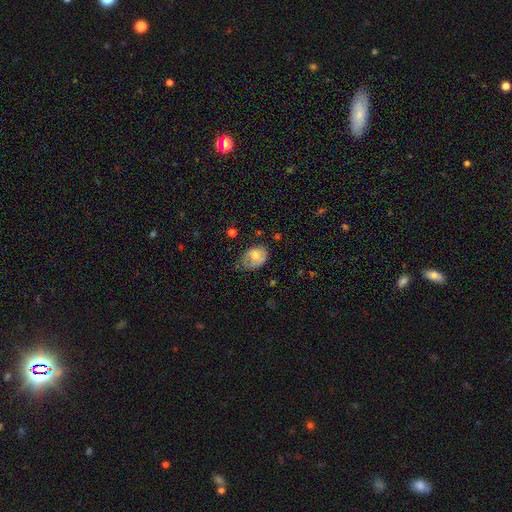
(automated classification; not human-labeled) A smooth galaxy with no disk features (67%) that is in between round and cigar-shaped (70%).

Vote fractions:
- Smooth or featured? smooth: 67% / featured or disk: 25% / star or artifact: 8%
- How rounded? in between: 70% / round: 29% / cigar-shaped: 1%
- Merging? none: 44% / minor disturbance: 40% / major disturbance: 15% / merger: 2%